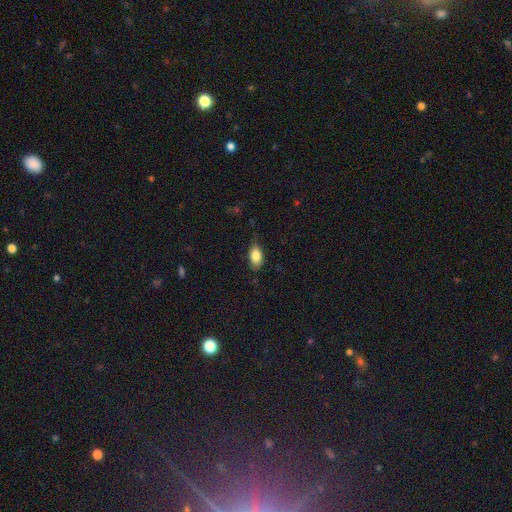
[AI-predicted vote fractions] smooth 84%, featured or disk 9%, star or artifact 7%. Down the decision tree: how rounded — in between (90%); merging — none (70%).